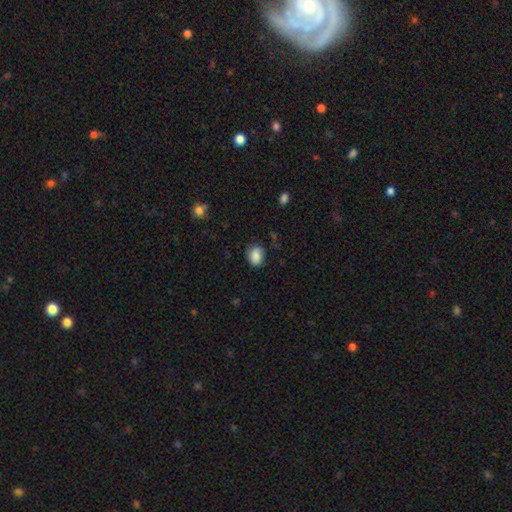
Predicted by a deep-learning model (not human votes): Morphology: type=smooth (85%); roundness=in between (54%); merging=none (77%).